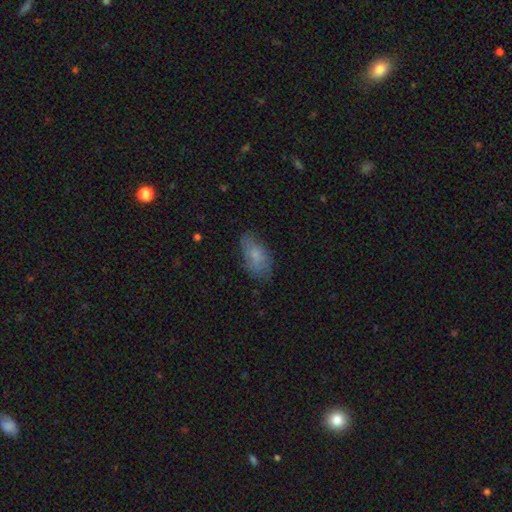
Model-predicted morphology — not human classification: A smooth galaxy with no disk features (72%) that is in between round and cigar-shaped (91%). Merging: none (67%).